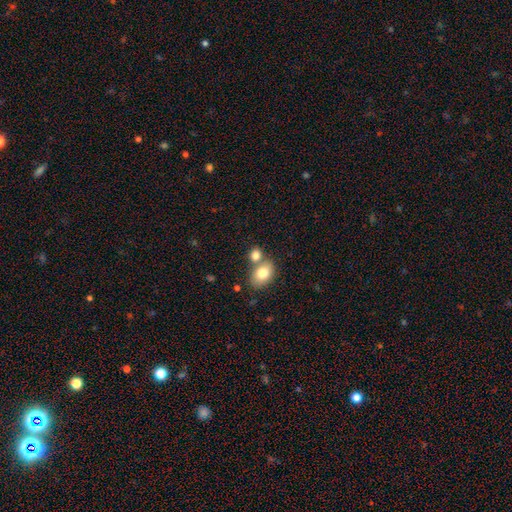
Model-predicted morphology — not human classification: Smooth or featured?
  - smooth: 80% *
  - featured or disk: 12%
  - star or artifact: 9%
How rounded?
  - in between: 60% *
  - round: 39%
  - cigar-shaped: 1%
Merging?
  - none: 45% *
  - merger: 42%
  - minor disturbance: 9%
  - major disturbance: 3%